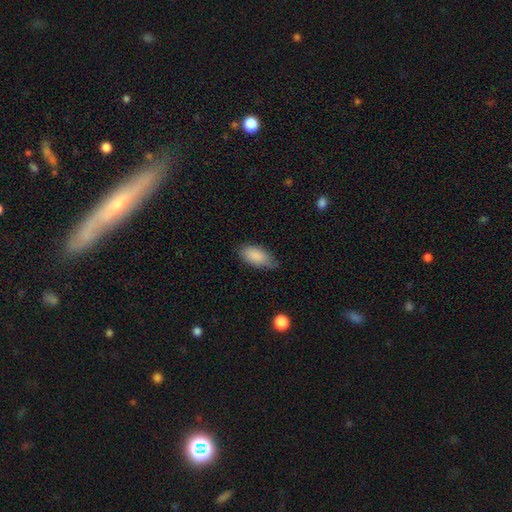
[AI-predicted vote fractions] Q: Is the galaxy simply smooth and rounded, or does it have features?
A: smooth — 86%.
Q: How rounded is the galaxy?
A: in between — 91%.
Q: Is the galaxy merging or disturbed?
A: none — 65%.